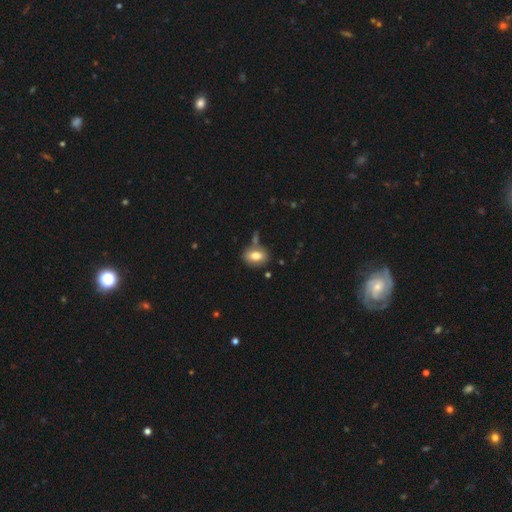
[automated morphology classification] Smooth or featured: smooth — 78% (featured or disk — 14%)
How rounded: in between — 80% (round — 18%)
Merging: none — 67% (minor disturbance — 15%)